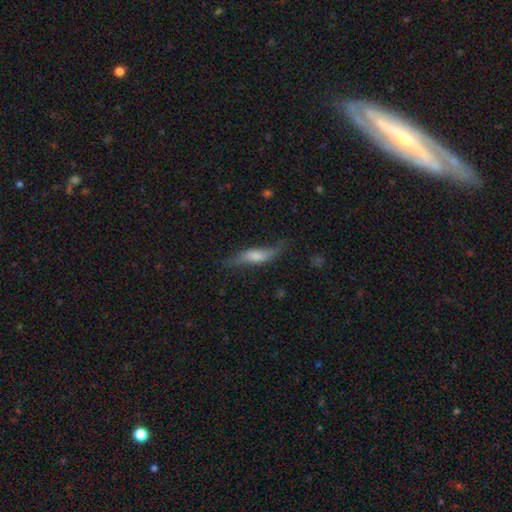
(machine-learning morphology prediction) Smooth or featured: featured or disk — 47% (smooth — 45%)
Merging: none — 61% (minor disturbance — 26%)